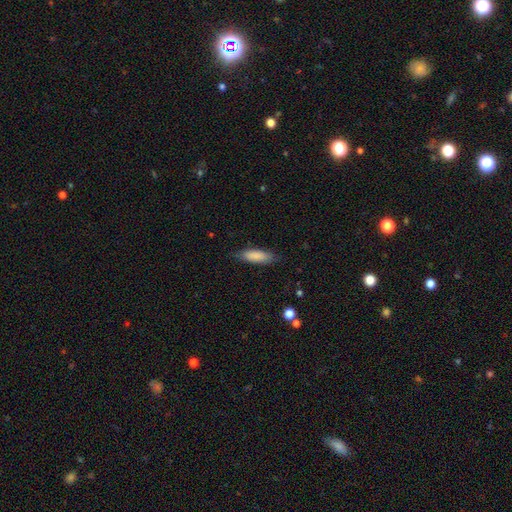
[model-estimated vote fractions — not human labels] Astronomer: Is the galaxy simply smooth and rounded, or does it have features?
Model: smooth — 86%.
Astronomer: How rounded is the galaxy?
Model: in between — 59% (runner-up: cigar-shaped, 40%).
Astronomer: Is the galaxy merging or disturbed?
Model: none — 80%.